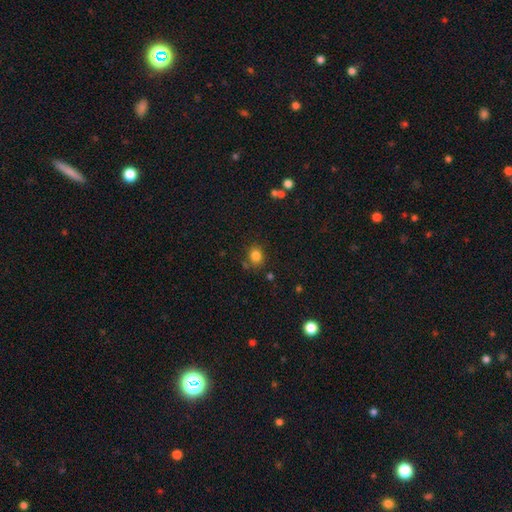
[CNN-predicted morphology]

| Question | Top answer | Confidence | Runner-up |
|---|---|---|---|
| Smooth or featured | smooth | 82% | star or artifact (12%) |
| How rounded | round | 58% | in between (41%) |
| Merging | none | 76% | minor disturbance (13%) |